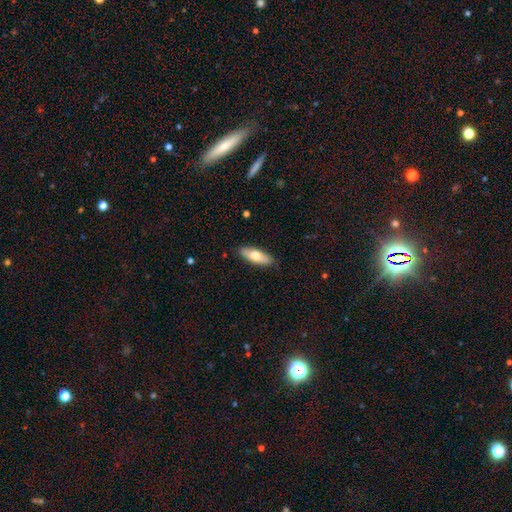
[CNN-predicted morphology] smooth-or-featured: smooth: 69% | featured or disk: 25% | star or artifact: 6%
  how-rounded: in between: 64% | cigar-shaped: 34% | round: 2%
  merging: none: 86% | minor disturbance: 11% | major disturbance: 2% | merger: 1%